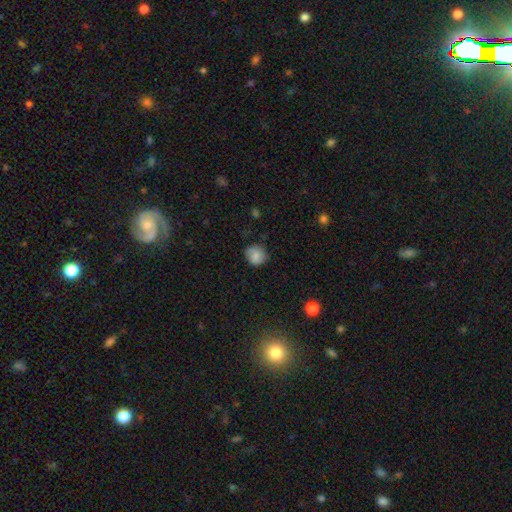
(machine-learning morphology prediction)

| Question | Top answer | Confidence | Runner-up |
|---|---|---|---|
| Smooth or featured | smooth | 80% | featured or disk (12%) |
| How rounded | round | 80% | in between (19%) |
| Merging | none | 70% | minor disturbance (23%) |